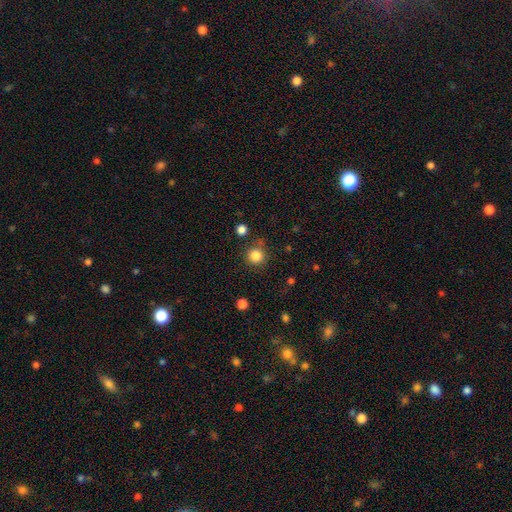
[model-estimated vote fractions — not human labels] This is clearly a smooth galaxy (84%). How rounded: clearly round (94%). Merging: clearly none (82%).